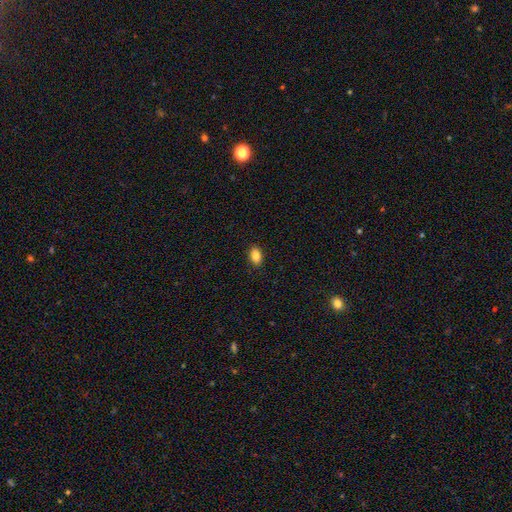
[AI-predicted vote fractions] This is clearly a smooth galaxy (86%). How rounded: clearly in between (89%). Merging: clearly none (89%).